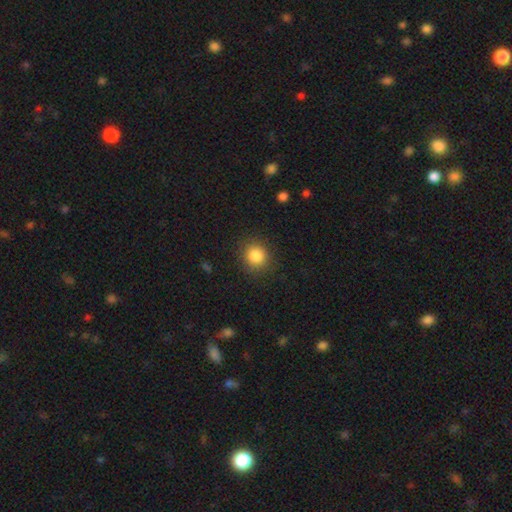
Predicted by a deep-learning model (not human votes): Q: Smooth or featured?
A: smooth (85%); runner-up: star or artifact (10%)
Q: How rounded?
A: round (86%); runner-up: in between (13%)
Q: Merging?
A: none (88%); runner-up: minor disturbance (8%)